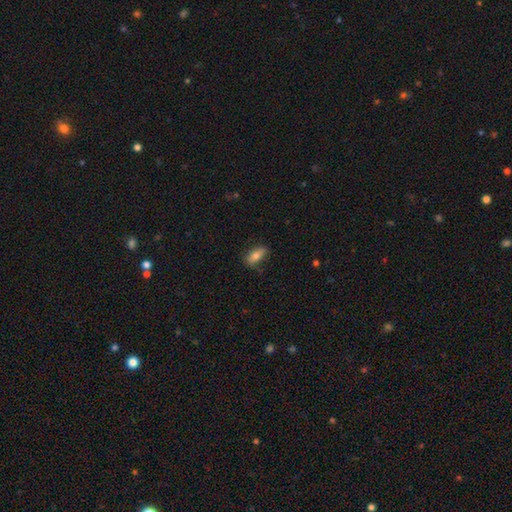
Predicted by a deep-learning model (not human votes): This is likely a smooth galaxy (72%). How rounded: likely in between (74%). Merging: likely none (74%).